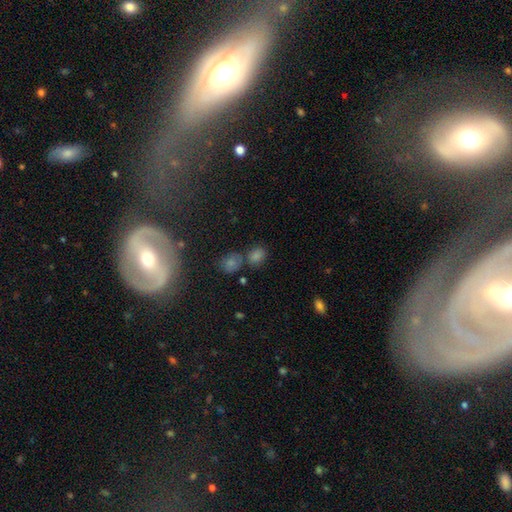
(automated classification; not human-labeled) Smooth or featured: smooth — 55% (star or artifact — 30%)
How rounded: round — 49% (in between — 47%)
Merging: none — 64% (merger — 17%)